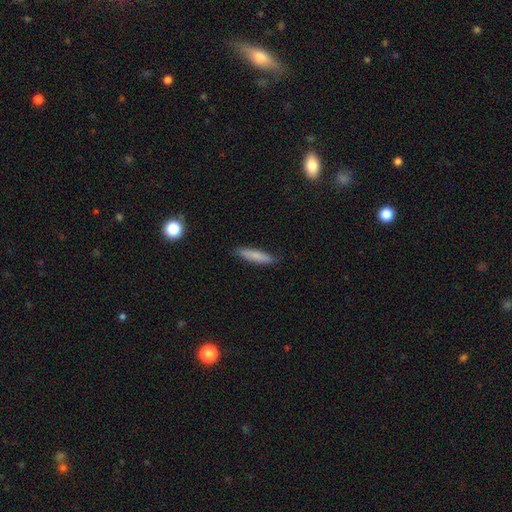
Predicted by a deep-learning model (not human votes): A smooth galaxy with no disk features (78%) that is cigar-shaped (83%). Merging: none (85%).